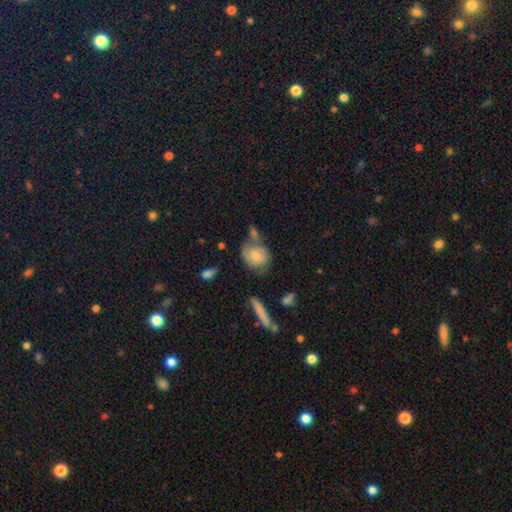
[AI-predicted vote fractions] smooth_or_featured: smooth (p=0.69) [alt: featured or disk p=0.25]
how_rounded: round (p=0.53) [alt: in between p=0.44]
merging: none (p=0.46) [alt: merger p=0.24]